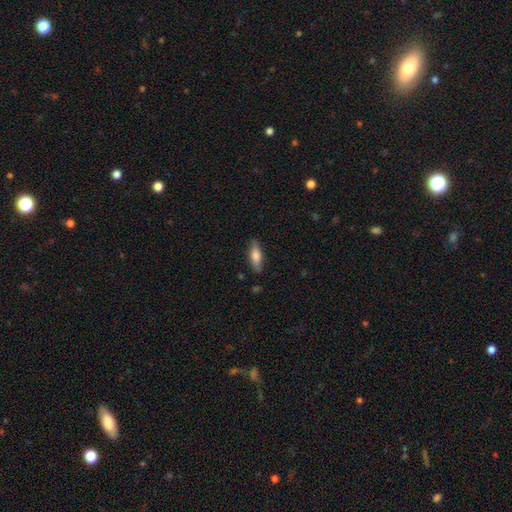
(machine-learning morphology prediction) A smooth galaxy with no disk features (70%) that is in between round and cigar-shaped (58%).

Vote fractions:
- Smooth or featured? smooth: 70% / featured or disk: 24% / star or artifact: 6%
- How rounded? in between: 58% / cigar-shaped: 40% / round: 2%
- Merging? none: 82% / minor disturbance: 14% / major disturbance: 3% / merger: 1%